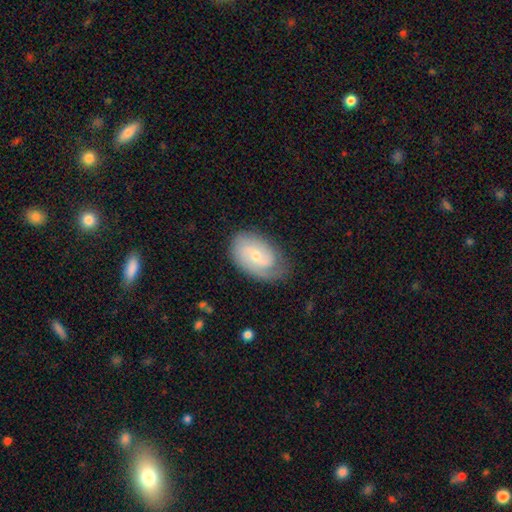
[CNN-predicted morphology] smooth_or_featured: featured or disk (p=0.64) [alt: smooth p=0.30]
disk_edge_on: no (p=0.95) [alt: yes p=0.05]
bar: no (p=0.65) [alt: weak p=0.30]
has_spiral_arms: yes (p=0.87) [alt: no p=0.13]
spiral_winding: tight (p=0.50) [alt: medium p=0.35]
spiral_arm_count: 2 (p=0.43) [alt: can't tell p=0.26]
bulge_size: small (p=0.60) [alt: moderate p=0.37]
merging: none (p=0.69) [alt: minor disturbance p=0.21]